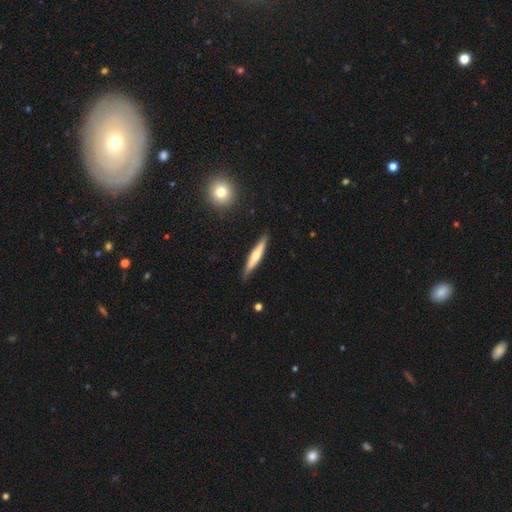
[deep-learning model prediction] The model was most divided on "smooth or featured": smooth: 50%, featured or disk: 44%, star or artifact: 6%. More confident: how rounded — cigar-shaped (90%); merging — none (85%).